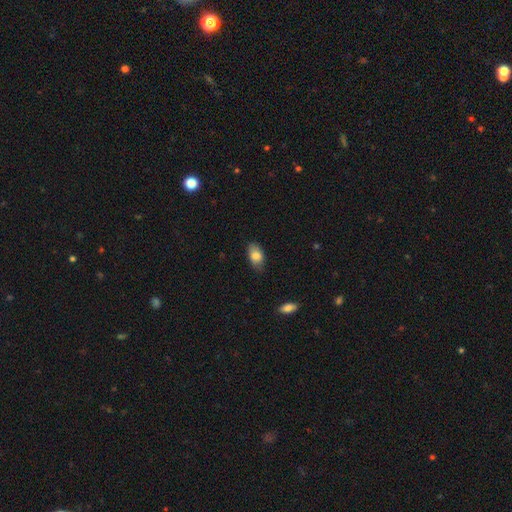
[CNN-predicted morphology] This appears to be a smooth galaxy with no disk features (83%) that is in between round and cigar-shaped (90%). Merging: none (77%).